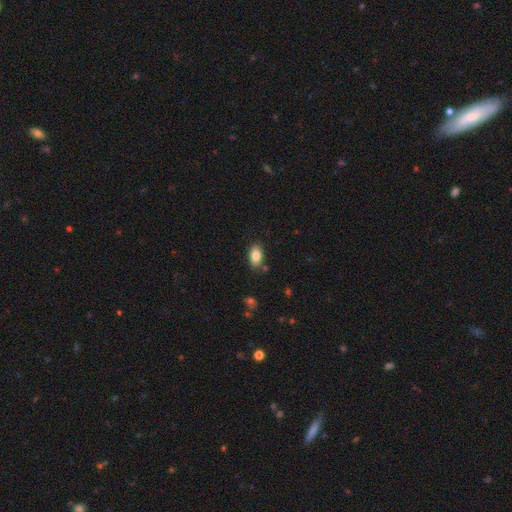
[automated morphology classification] The model was most divided on "merging": none: 84%, minor disturbance: 11%, merger: 3%, major disturbance: 2%. More confident: how rounded — in between (92%); smooth or featured — smooth (85%).